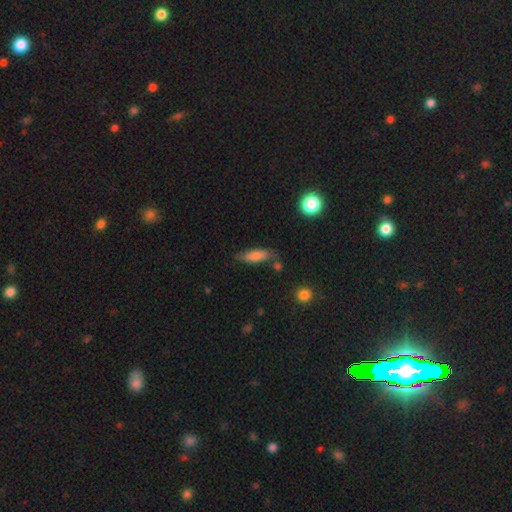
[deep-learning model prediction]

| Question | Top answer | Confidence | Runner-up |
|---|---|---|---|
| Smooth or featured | smooth | 68% | featured or disk (24%) |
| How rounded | in between | 60% | cigar-shaped (37%) |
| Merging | none | 61% | minor disturbance (25%) |